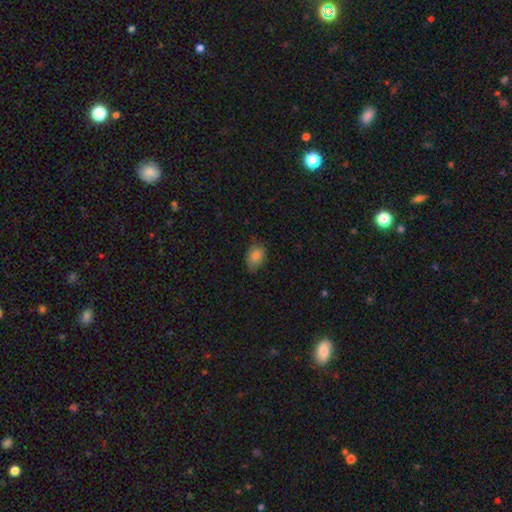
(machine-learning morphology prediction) A smooth galaxy with no disk features (81%) that is in between round and cigar-shaped (73%).

Vote fractions:
- Smooth or featured? smooth: 81% / featured or disk: 10% / star or artifact: 9%
- How rounded? in between: 73% / round: 26% / cigar-shaped: 1%
- Merging? none: 65% / minor disturbance: 29% / major disturbance: 5% / merger: 1%